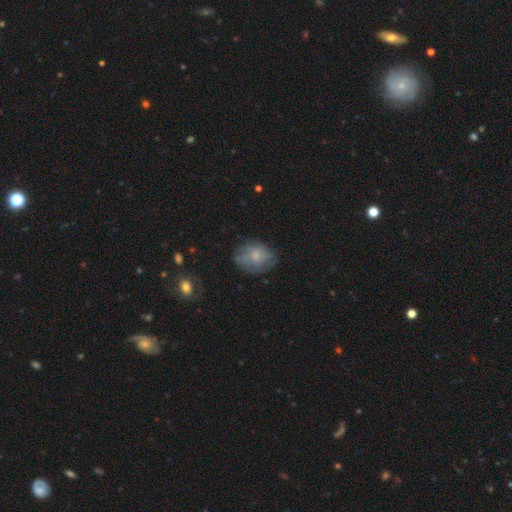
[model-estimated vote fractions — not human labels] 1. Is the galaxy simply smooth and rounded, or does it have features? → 52% smooth, 39% featured or disk, 9% star or artifact.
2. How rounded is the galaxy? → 51% in between, 48% round, 1% cigar-shaped.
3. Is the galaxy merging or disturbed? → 65% none, 24% minor disturbance, 10% major disturbance, 2% merger.